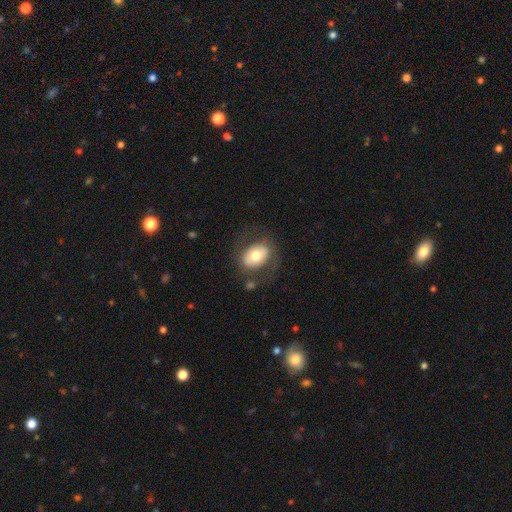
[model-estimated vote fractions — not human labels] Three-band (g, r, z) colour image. It shows a smooth galaxy with no disk features (63%) that is in between round and cigar-shaped (67%). Merging: none (71%).